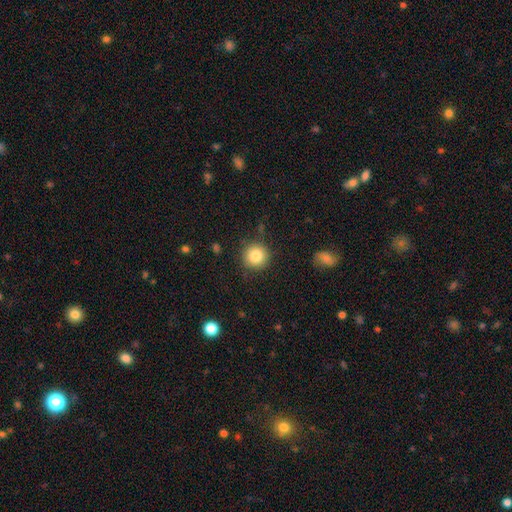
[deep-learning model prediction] A smooth galaxy with no disk features (84%) that is round (94%).

Vote fractions:
- Smooth or featured? smooth: 84% / star or artifact: 10% / featured or disk: 7%
- How rounded? round: 94% / in between: 5% / cigar-shaped: 1%
- Merging? none: 88% / minor disturbance: 8% / major disturbance: 3% / merger: 1%